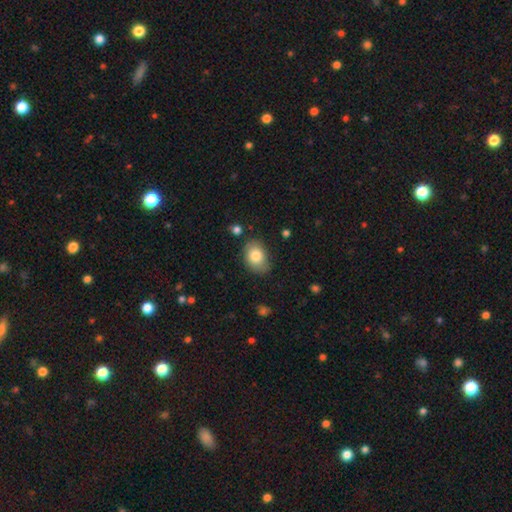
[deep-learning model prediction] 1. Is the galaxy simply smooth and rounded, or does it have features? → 81% smooth, 11% featured or disk, 8% star or artifact.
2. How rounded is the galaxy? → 78% in between, 20% round, 1% cigar-shaped.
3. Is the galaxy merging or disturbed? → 75% none, 19% minor disturbance, 4% major disturbance, 2% merger.